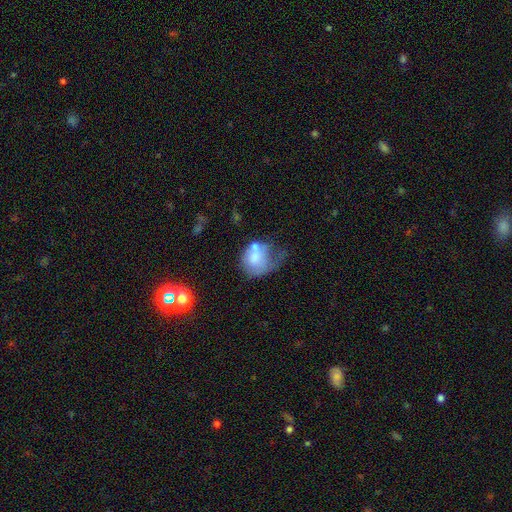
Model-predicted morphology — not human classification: smooth_or_featured: smooth (p=0.63) [alt: featured or disk p=0.28]
how_rounded: round (p=0.50) [alt: in between p=0.49]
merging: major disturbance (p=0.40) [alt: minor disturbance p=0.26]